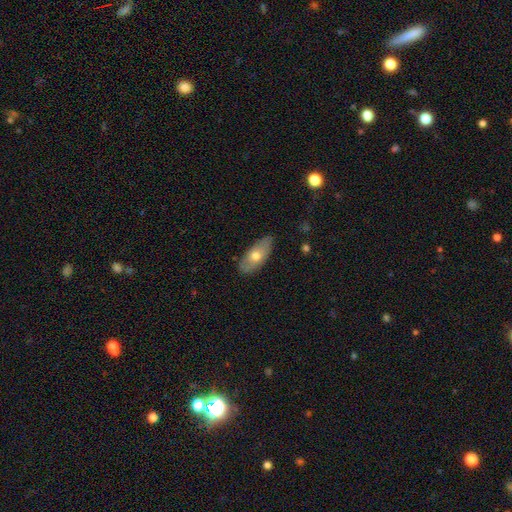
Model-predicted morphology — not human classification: This is likely a smooth galaxy (60%). How rounded: clearly in between (86%). Merging: likely none (80%).